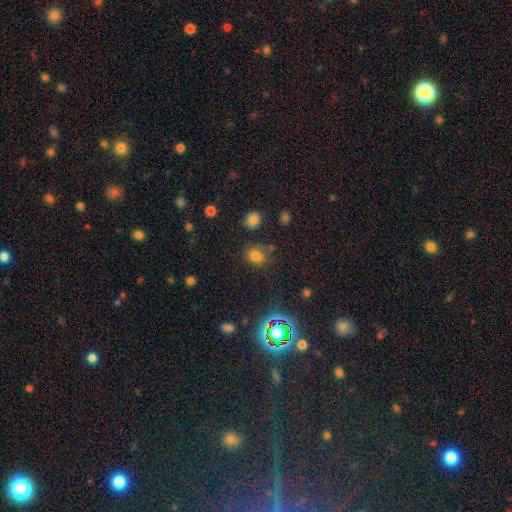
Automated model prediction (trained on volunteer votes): Smooth or featured: smooth — 71% (star or artifact — 23%)
How rounded: round — 63% (in between — 35%)
Merging: none — 68% (minor disturbance — 17%)